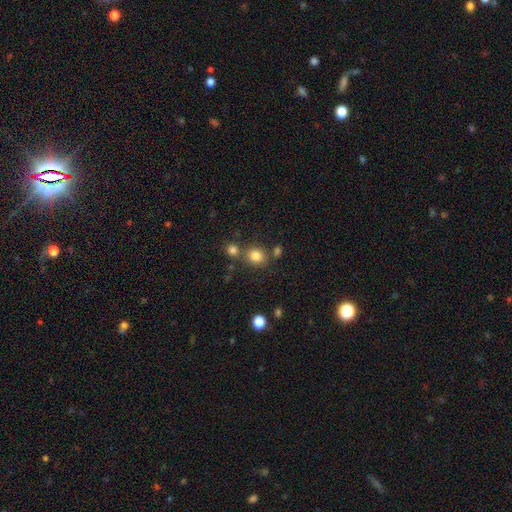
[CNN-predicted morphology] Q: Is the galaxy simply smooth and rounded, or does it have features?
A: smooth — 81%.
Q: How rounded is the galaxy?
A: round — 78%.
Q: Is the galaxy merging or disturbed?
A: none — 68%.